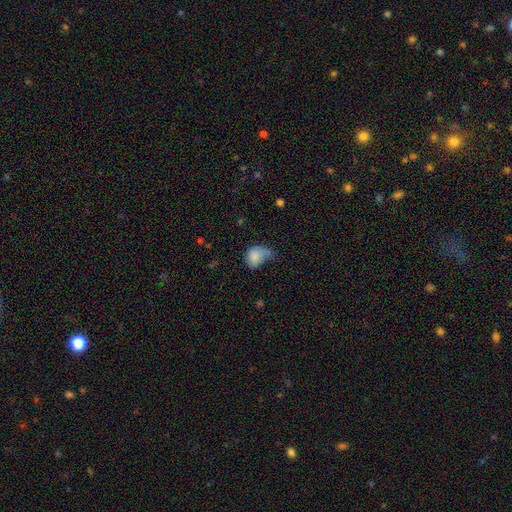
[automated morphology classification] smooth-or-featured: smooth: 78% | featured or disk: 13% | star or artifact: 9%
  how-rounded: in between: 65% | round: 34% | cigar-shaped: 1%
  merging: major disturbance: 36% | minor disturbance: 35% | none: 22% | merger: 6%